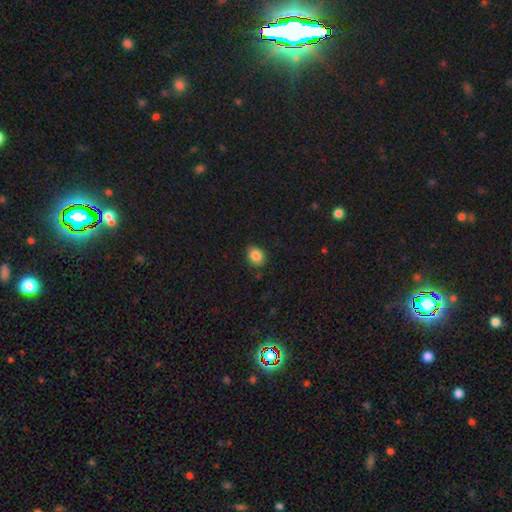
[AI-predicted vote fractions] Q: Smooth or featured?
A: smooth (85%); runner-up: star or artifact (9%)
Q: How rounded?
A: in between (60%); runner-up: round (39%)
Q: Merging?
A: none (86%); runner-up: minor disturbance (10%)